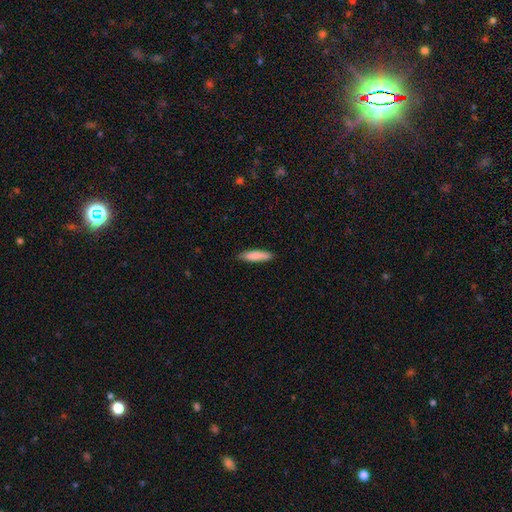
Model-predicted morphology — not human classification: Overall: smooth (84%). How rounded: cigar-shaped (78%). Merging: none (86%).